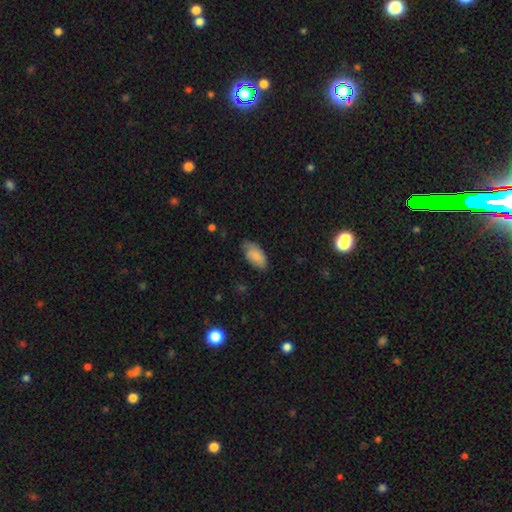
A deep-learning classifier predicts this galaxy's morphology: Smooth or featured? Predicted: smooth (p=0.82). How rounded? Predicted: in between (p=0.93). Merging? Predicted: none (p=0.61).